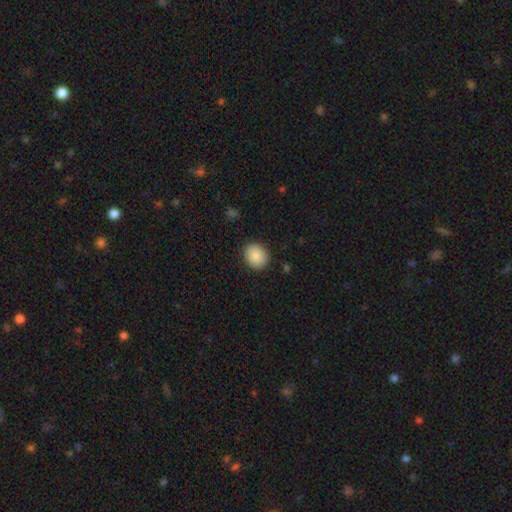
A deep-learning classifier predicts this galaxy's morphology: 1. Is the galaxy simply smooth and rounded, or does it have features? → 89% smooth, 8% star or artifact, 3% featured or disk.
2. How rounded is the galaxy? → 64% round, 35% in between, 1% cigar-shaped.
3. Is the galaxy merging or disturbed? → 88% none, 8% minor disturbance, 2% major disturbance, 1% merger.